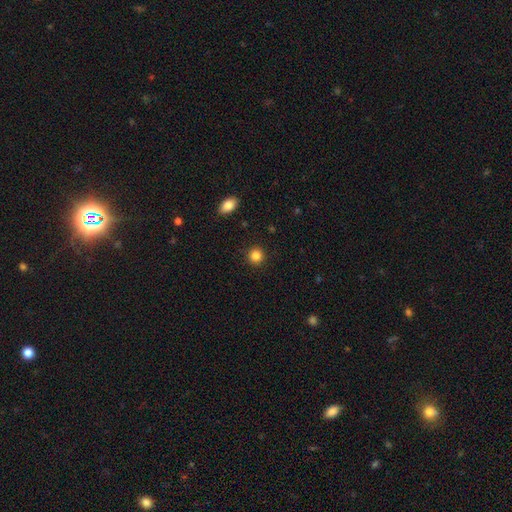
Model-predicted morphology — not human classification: This is clearly a smooth galaxy (85%). How rounded: clearly round (92%). Merging: clearly none (91%).